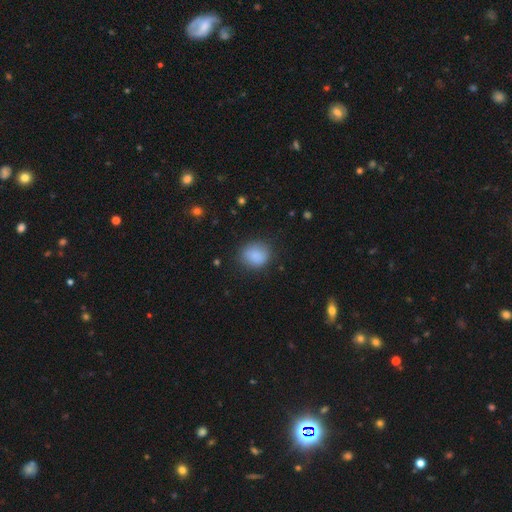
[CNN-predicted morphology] This is clearly a smooth galaxy (86%). How rounded: likely round (69%). Merging: likely none (78%).